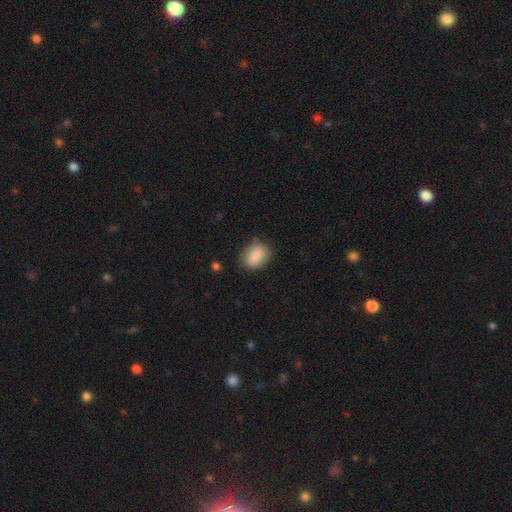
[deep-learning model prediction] Overall: smooth (87%). How rounded: in between (66%; round 33%). Merging: none (80%).